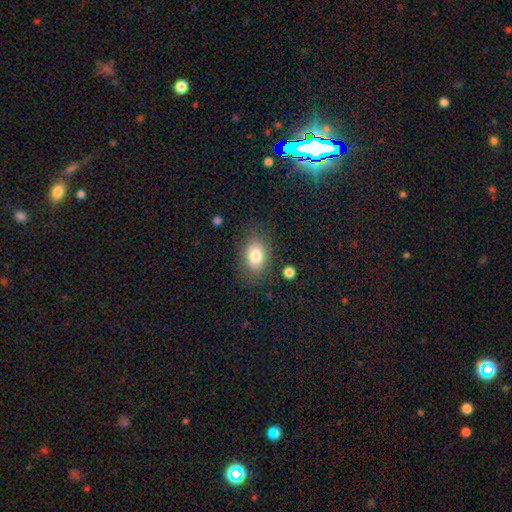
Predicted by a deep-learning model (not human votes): smooth-or-featured: smooth: 80% | featured or disk: 12% | star or artifact: 9%
  how-rounded: in between: 82% | round: 17% | cigar-shaped: 1%
  merging: none: 79% | minor disturbance: 14% | major disturbance: 5% | merger: 2%